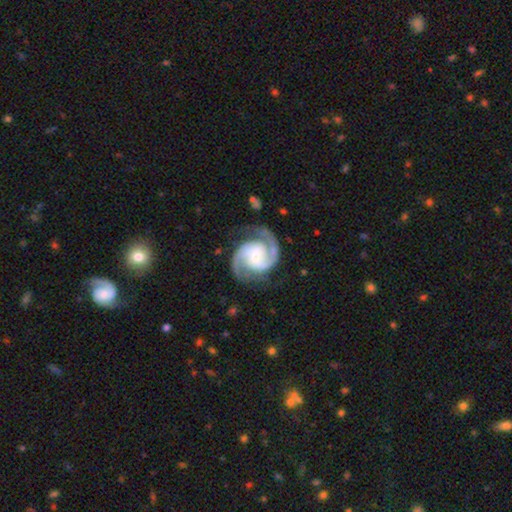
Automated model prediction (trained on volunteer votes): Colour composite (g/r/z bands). It shows a featured or disk galaxy (92%) with a weak bar (41%), 2 (93%) medium (54%) spiral arms (98%) and a small central bulge (49%). Merging: none (79%).